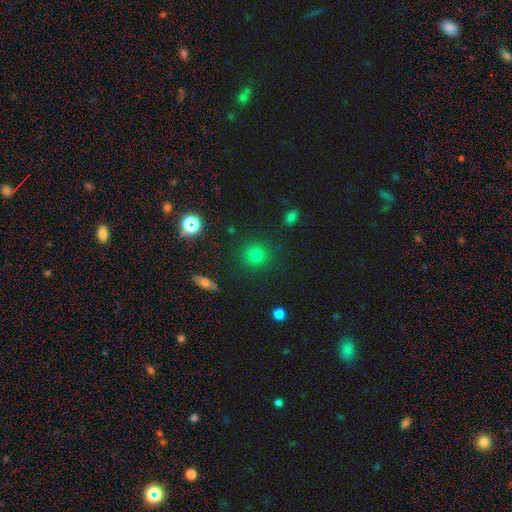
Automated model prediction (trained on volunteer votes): smooth-or-featured: smooth: 74% | star or artifact: 19% | featured or disk: 7%
  how-rounded: round: 92% | in between: 7% | cigar-shaped: 1%
  merging: none: 88% | minor disturbance: 7% | major disturbance: 3% | merger: 2%